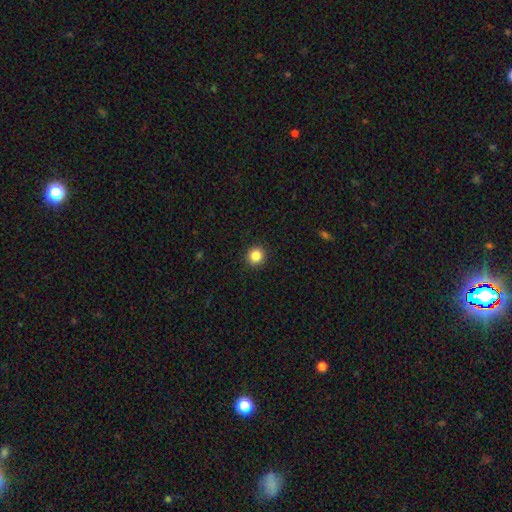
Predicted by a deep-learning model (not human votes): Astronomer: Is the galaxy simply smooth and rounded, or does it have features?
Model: smooth — 86%.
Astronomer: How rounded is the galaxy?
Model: round — 93%.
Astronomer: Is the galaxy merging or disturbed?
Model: none — 93%.